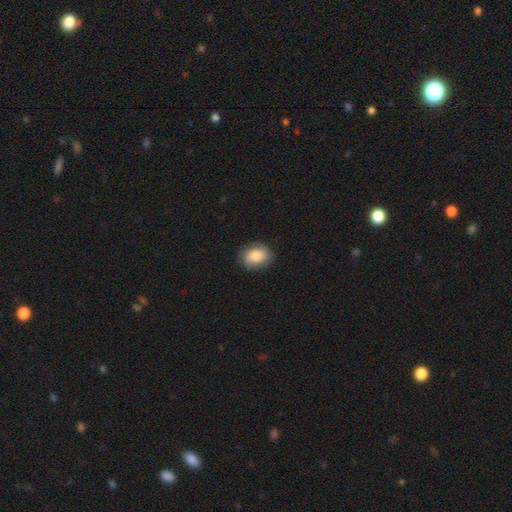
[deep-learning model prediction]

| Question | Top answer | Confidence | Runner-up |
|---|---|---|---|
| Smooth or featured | smooth | 83% | featured or disk (10%) |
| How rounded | in between | 64% | round (35%) |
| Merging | none | 84% | minor disturbance (12%) |